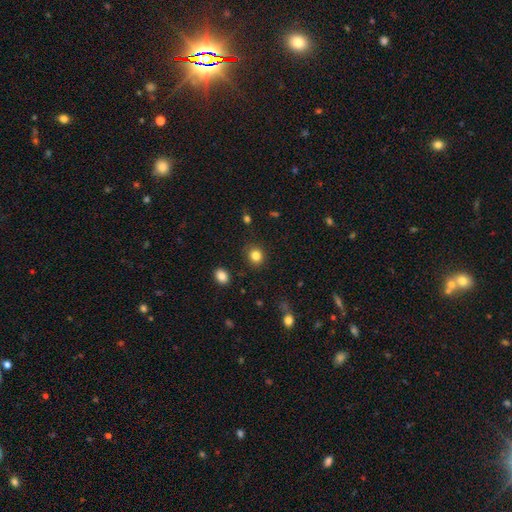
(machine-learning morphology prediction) smooth_or_featured: smooth (p=0.84) [alt: star or artifact p=0.11]
how_rounded: round (p=0.77) [alt: in between p=0.22]
merging: none (p=0.87) [alt: minor disturbance p=0.08]